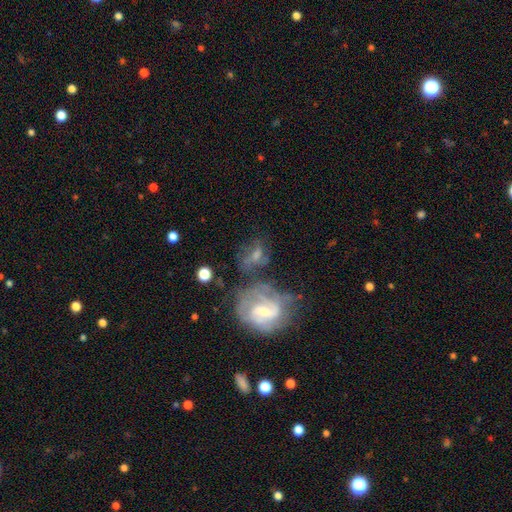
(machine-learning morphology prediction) This is likely a featured or disk galaxy (61%). It is clearly not viewed edge-on (94%). Bar: possibly weak (48%). Spiral arm pattern: likely yes (74%). Central bulge: possibly small (45%). Merging: marginally none (42%).